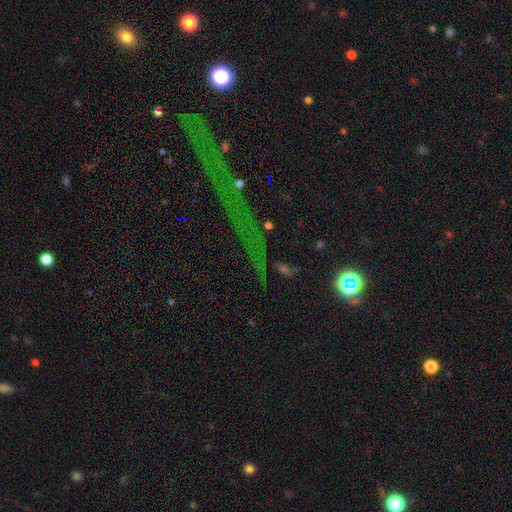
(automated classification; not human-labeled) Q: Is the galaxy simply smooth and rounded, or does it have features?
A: star or artifact — 74%.